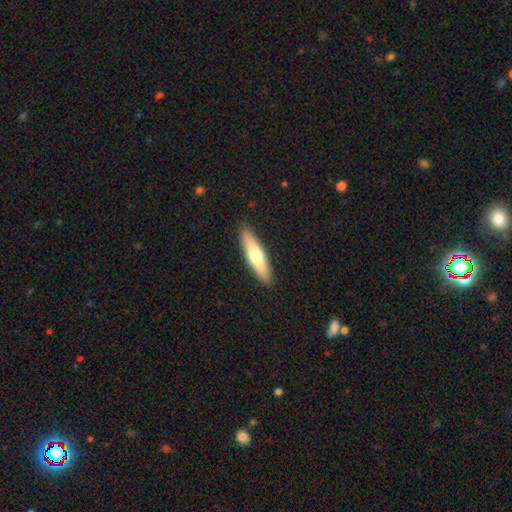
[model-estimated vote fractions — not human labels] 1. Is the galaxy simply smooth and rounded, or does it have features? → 63% smooth, 31% featured or disk, 5% star or artifact.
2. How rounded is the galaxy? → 73% cigar-shaped, 25% in between, 2% round.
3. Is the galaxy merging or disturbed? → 90% none, 7% minor disturbance, 2% major disturbance, 1% merger.